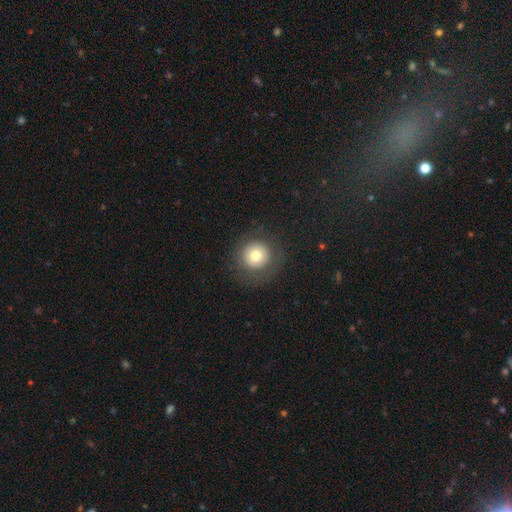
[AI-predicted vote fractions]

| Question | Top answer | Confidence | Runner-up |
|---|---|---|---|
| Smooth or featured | smooth | 70% | featured or disk (19%) |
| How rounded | round | 94% | in between (5%) |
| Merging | none | 82% | minor disturbance (10%) |